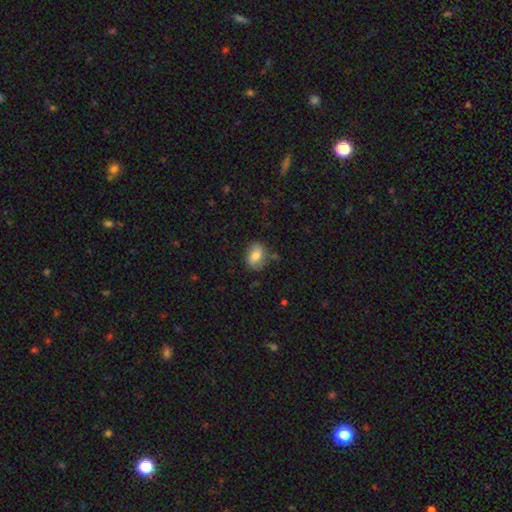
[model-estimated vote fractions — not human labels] Smooth or featured? smooth (69%)
How rounded? in between (67%)
Merging? none (76%)